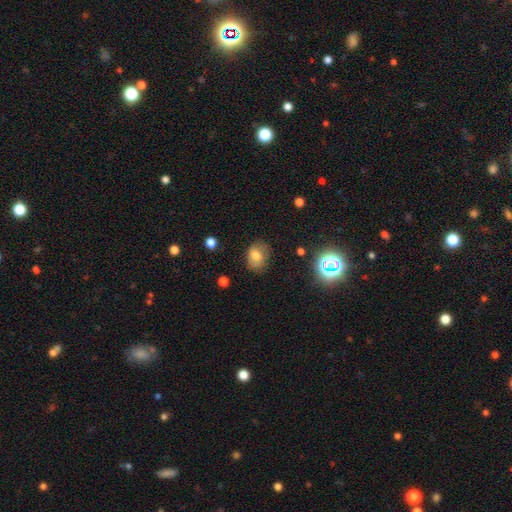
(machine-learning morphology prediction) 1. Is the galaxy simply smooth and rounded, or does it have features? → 71% smooth, 16% featured or disk, 13% star or artifact.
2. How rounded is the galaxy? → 64% in between, 35% round, 1% cigar-shaped.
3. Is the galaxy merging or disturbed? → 75% none, 19% minor disturbance, 5% major disturbance, 1% merger.